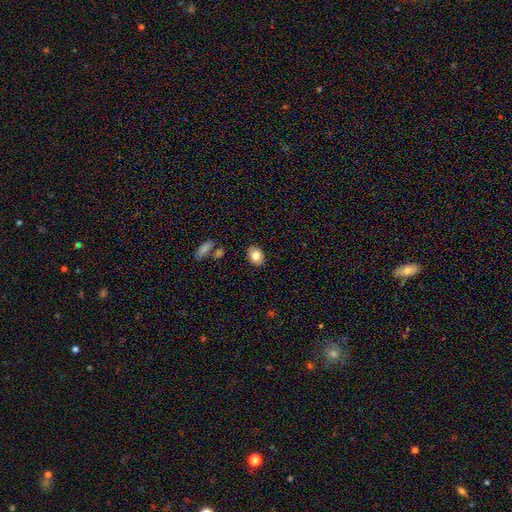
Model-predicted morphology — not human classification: smooth 80%, featured or disk 12%, star or artifact 9%. Down the decision tree: how rounded — in between (67%); merging — none (86%).